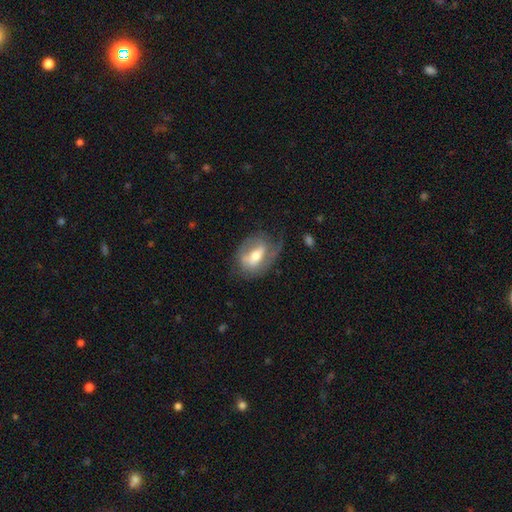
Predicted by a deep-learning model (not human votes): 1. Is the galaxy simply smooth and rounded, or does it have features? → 57% featured or disk, 36% smooth, 7% star or artifact.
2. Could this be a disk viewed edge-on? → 91% no, 9% yes.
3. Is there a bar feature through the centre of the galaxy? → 38% weak, 33% strong, 29% no.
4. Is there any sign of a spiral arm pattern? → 61% yes, 39% no.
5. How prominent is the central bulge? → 67% moderate, 21% small, 10% large, 1% none, 1% dominant.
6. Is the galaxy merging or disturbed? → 48% none, 27% minor disturbance, 23% major disturbance, 2% merger.